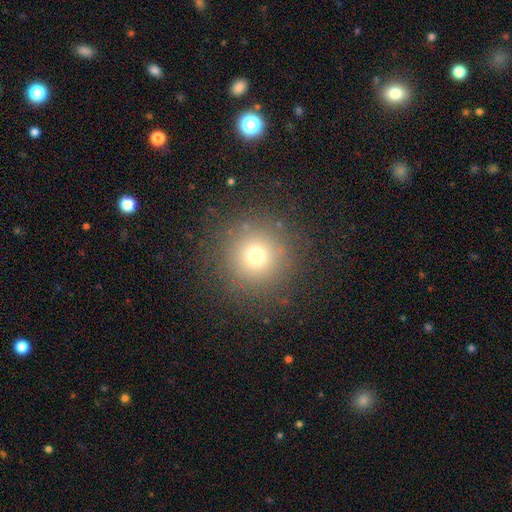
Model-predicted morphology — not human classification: Overall: smooth (71%). How rounded: round (96%). Merging: none (87%).